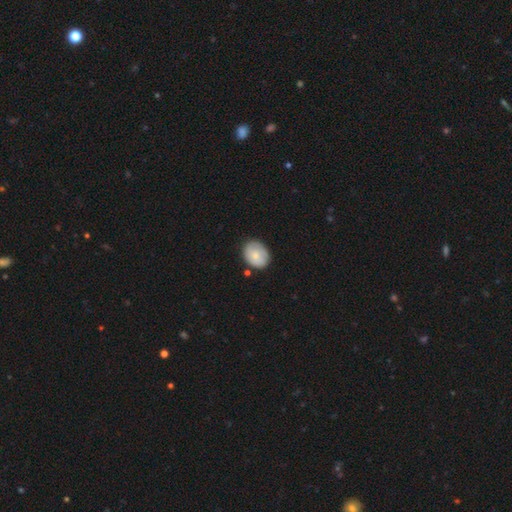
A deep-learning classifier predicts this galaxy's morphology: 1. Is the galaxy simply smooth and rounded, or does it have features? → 73% smooth, 20% featured or disk, 6% star or artifact.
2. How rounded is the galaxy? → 59% in between, 40% round, 1% cigar-shaped.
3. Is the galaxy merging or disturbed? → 74% none, 19% minor disturbance, 4% major disturbance, 3% merger.